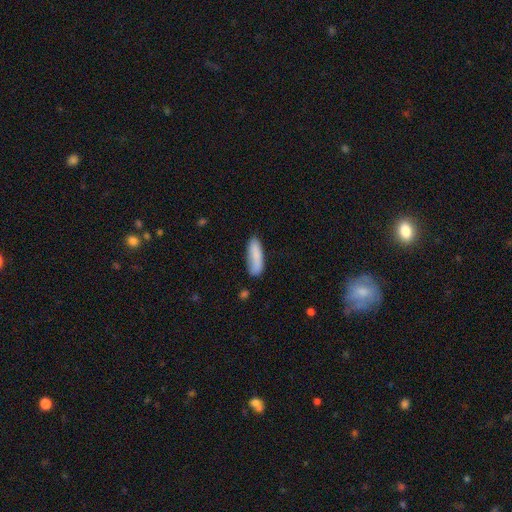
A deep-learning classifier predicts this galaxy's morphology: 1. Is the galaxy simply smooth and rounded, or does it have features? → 84% smooth, 10% featured or disk, 6% star or artifact.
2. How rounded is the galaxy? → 51% cigar-shaped, 47% in between, 2% round.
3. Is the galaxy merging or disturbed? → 69% none, 22% minor disturbance, 5% major disturbance, 3% merger.